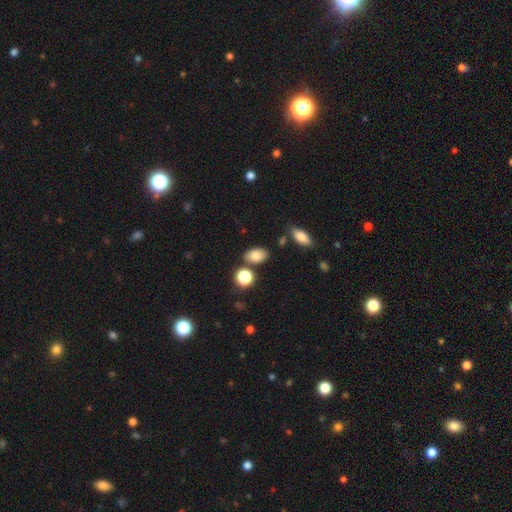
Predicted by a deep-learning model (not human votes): smooth-or-featured: smooth: 83% | star or artifact: 10% | featured or disk: 7%
  how-rounded: in between: 85% | round: 13% | cigar-shaped: 2%
  merging: none: 77% | minor disturbance: 12% | merger: 8% | major disturbance: 3%